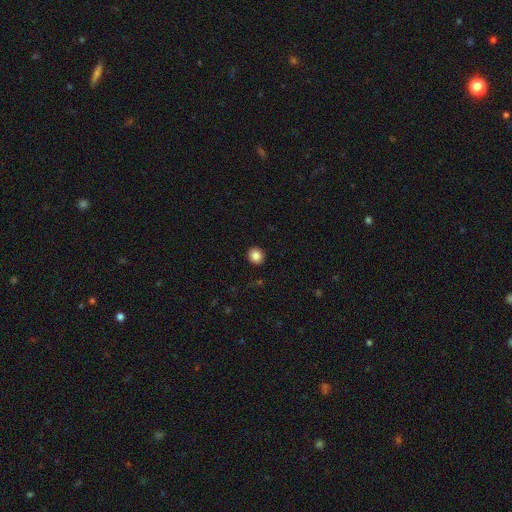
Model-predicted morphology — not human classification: Smooth or featured: smooth — 86% (star or artifact — 10%)
How rounded: round — 85% (in between — 14%)
Merging: none — 92% (minor disturbance — 5%)